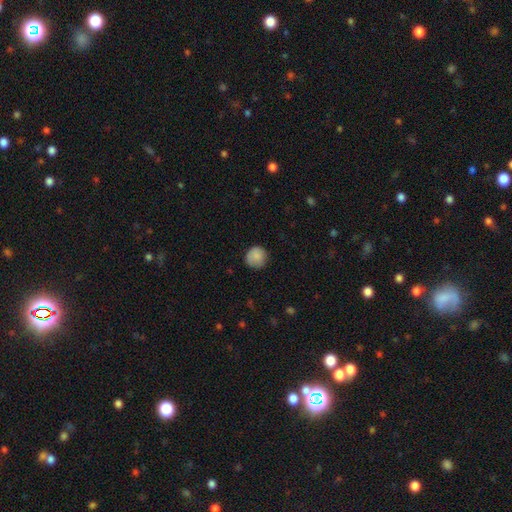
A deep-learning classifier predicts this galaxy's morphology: type=smooth (86%); roundness=round (91%); merging=none (78%).